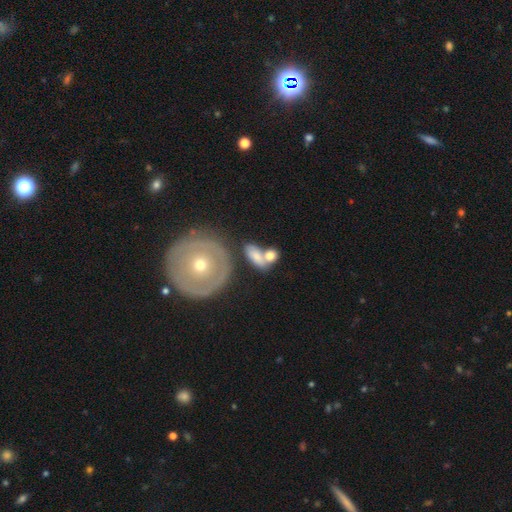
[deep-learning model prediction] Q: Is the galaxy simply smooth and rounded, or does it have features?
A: smooth — 67%.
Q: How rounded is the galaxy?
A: in between — 79%.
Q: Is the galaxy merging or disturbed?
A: merger — 41%.